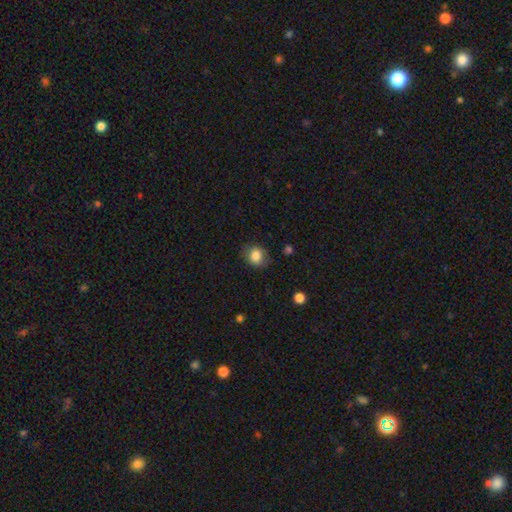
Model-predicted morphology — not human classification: Smooth or featured: smooth — 83% (star or artifact — 9%)
How rounded: round — 56% (in between — 43%)
Merging: none — 76% (minor disturbance — 18%)